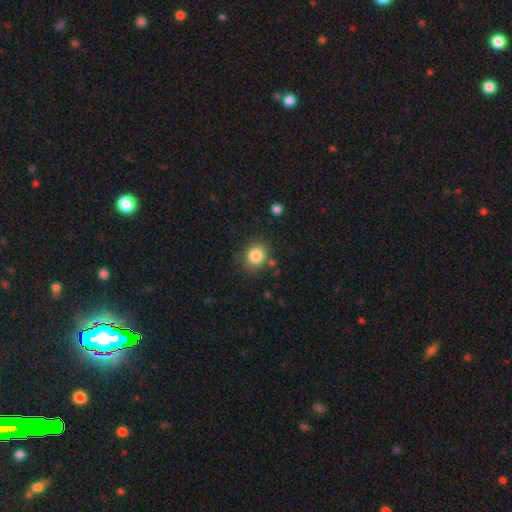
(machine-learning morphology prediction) Smooth or featured? smooth (84%)
How rounded? round (76%)
Merging? none (82%)